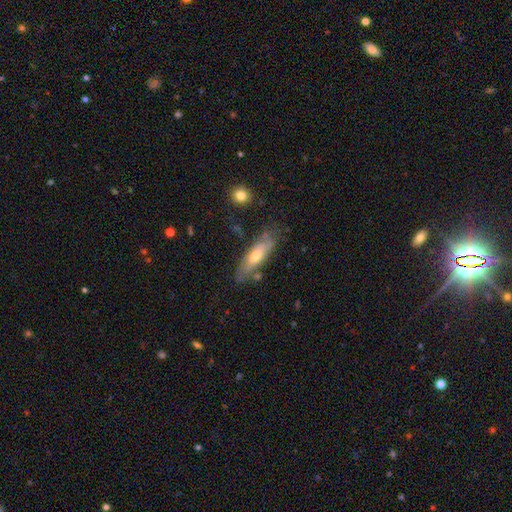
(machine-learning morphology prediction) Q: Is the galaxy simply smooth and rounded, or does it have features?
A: featured or disk — 54%.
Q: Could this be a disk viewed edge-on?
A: no — 63%.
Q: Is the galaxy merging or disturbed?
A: none — 64%.